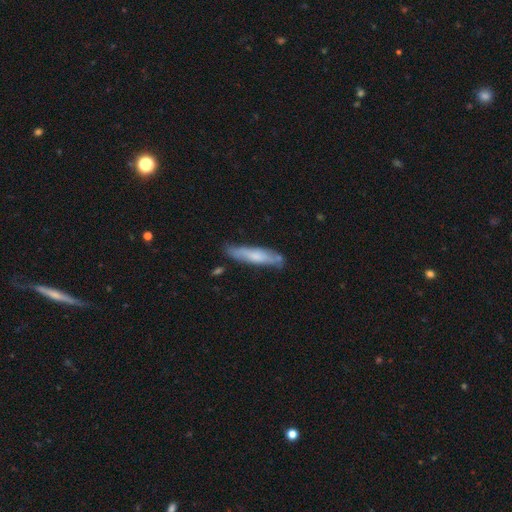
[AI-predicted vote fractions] Smooth or featured? Predicted: smooth (p=0.58). How rounded? Predicted: cigar-shaped (p=0.85). Merging? Predicted: none (p=0.73).